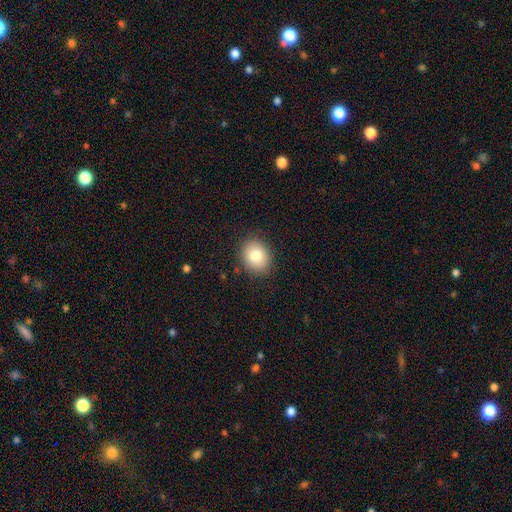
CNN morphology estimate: A smooth galaxy with no disk features (79%) that is round (64%). Merging: none (88%).